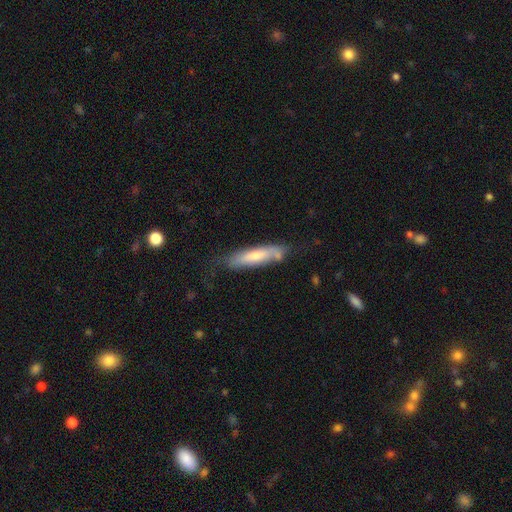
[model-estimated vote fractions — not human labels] smooth-or-featured: smooth: 56% | featured or disk: 38% | star or artifact: 6%
  how-rounded: cigar-shaped: 75% | in between: 23% | round: 2%
  merging: none: 62% | minor disturbance: 25% | major disturbance: 8% | merger: 6%